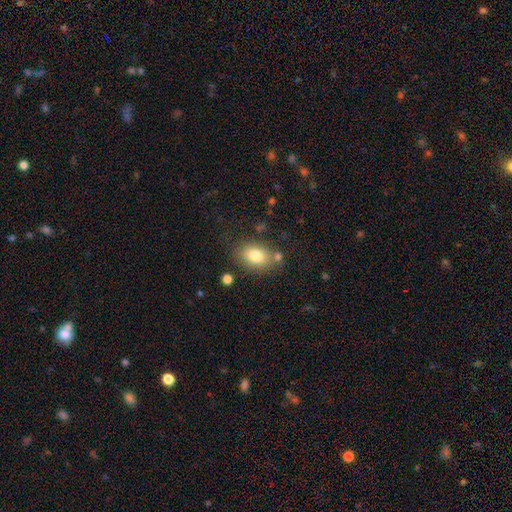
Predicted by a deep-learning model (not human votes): Smooth or featured?
  - smooth: 80% *
  - featured or disk: 12%
  - star or artifact: 9%
How rounded?
  - in between: 79% *
  - round: 20%
  - cigar-shaped: 1%
Merging?
  - none: 72% *
  - minor disturbance: 15%
  - merger: 8%
  - major disturbance: 5%